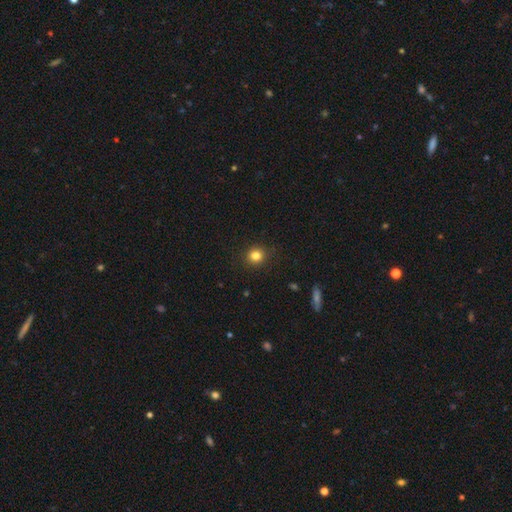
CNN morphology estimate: The model was most divided on "smooth or featured": smooth: 82%, star or artifact: 12%, featured or disk: 5%. More confident: merging — none (90%); how rounded — round (89%).